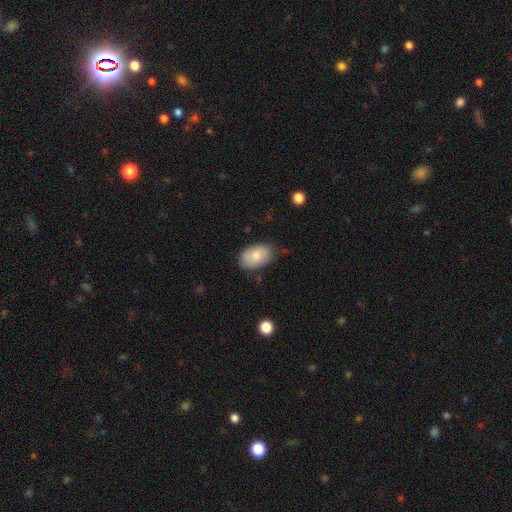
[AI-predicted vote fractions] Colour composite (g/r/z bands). It shows a smooth galaxy with no disk features (77%) that is in between round and cigar-shaped (90%). Merging: none (78%).